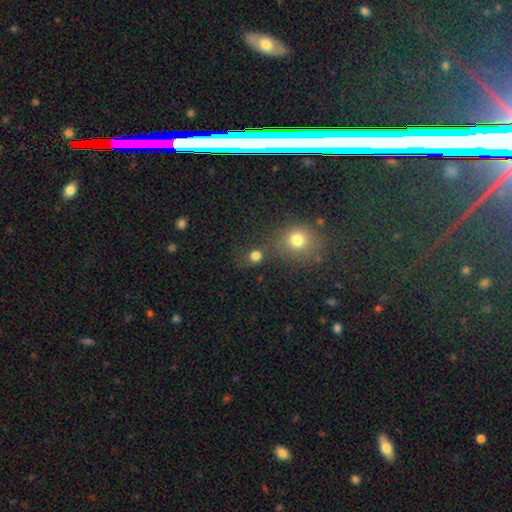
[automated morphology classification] Overall: smooth (77%). How rounded: round (82%). Merging: none (61%; merger 23%).